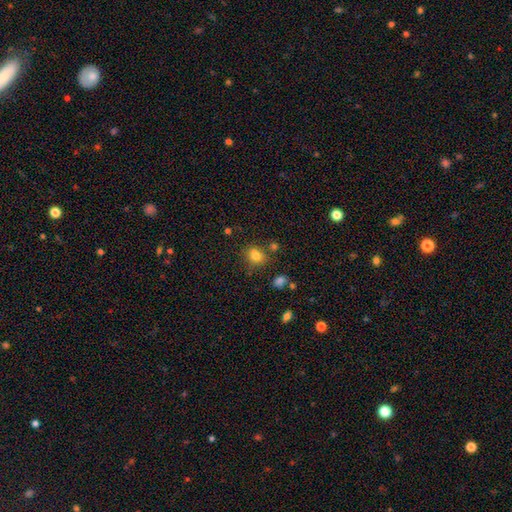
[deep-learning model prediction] smooth_or_featured: smooth (p=0.78) [alt: star or artifact p=0.14]
how_rounded: in between (p=0.53) [alt: round p=0.46]
merging: none (p=0.67) [alt: minor disturbance p=0.17]